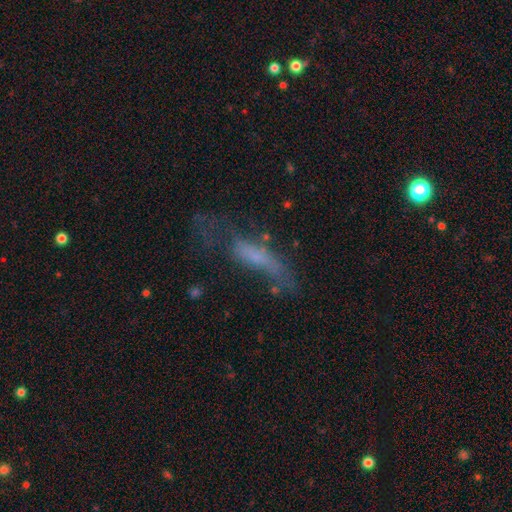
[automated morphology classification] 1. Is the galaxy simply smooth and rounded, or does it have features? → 49% smooth, 37% featured or disk, 15% star or artifact.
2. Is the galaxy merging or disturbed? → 40% major disturbance, 31% none, 21% minor disturbance, 8% merger.